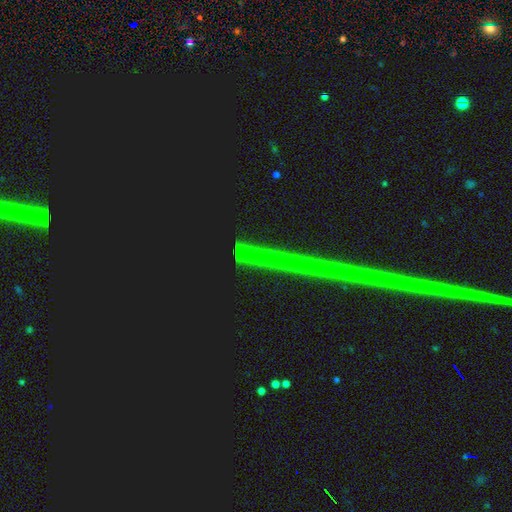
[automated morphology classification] Smooth or featured? Predicted: star or artifact (p=0.76).